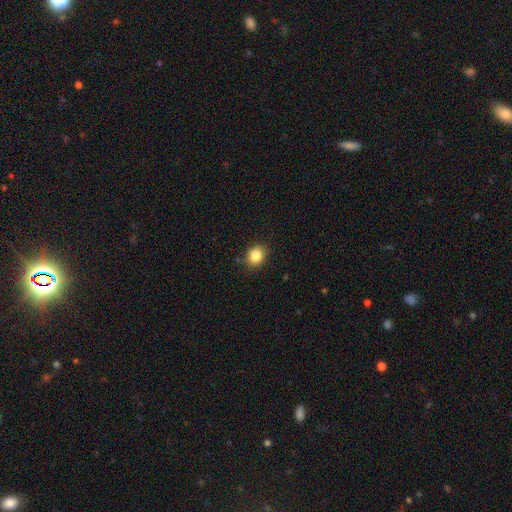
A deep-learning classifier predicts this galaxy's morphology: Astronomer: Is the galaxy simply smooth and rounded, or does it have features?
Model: smooth — 85%.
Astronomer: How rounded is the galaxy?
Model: round — 61% (runner-up: in between, 38%).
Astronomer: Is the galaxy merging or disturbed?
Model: none — 85%.